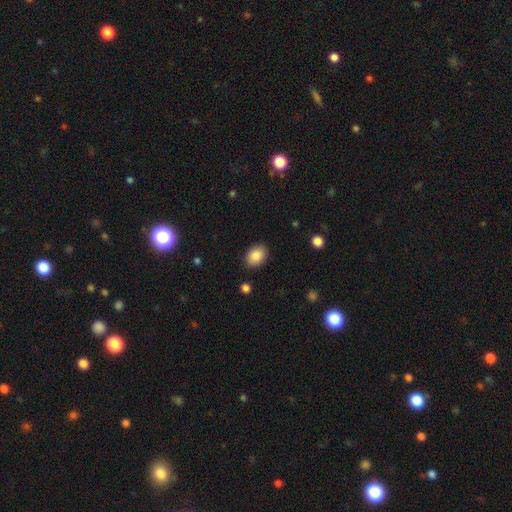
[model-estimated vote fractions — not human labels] Overall: smooth (87%). How rounded: in between (72%). Merging: none (87%).